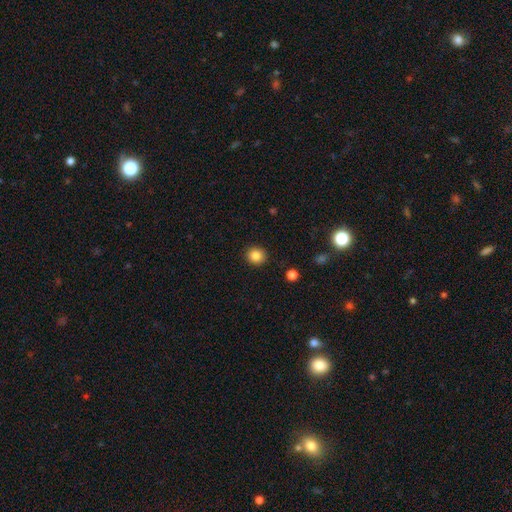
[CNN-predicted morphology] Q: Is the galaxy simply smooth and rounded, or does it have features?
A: smooth — 85%.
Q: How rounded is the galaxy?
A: round — 86%.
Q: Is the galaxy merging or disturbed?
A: none — 91%.